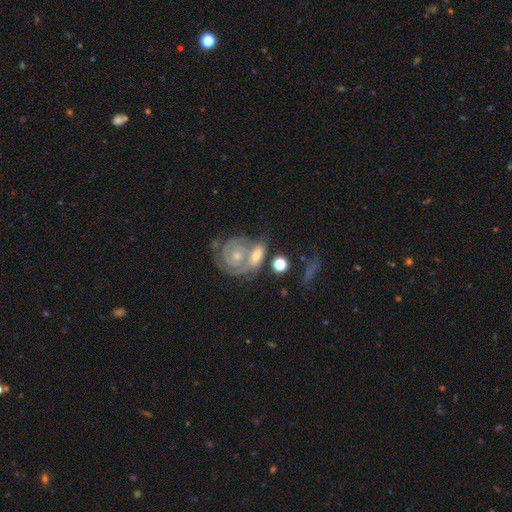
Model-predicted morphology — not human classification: type=featured or disk (74%); edge-on=no (96%); bar=no (70%); spiral arms=yes (89%); winding=tight (74%); arm count=2 (53%); bulge=small (51%); merging=none (41%).